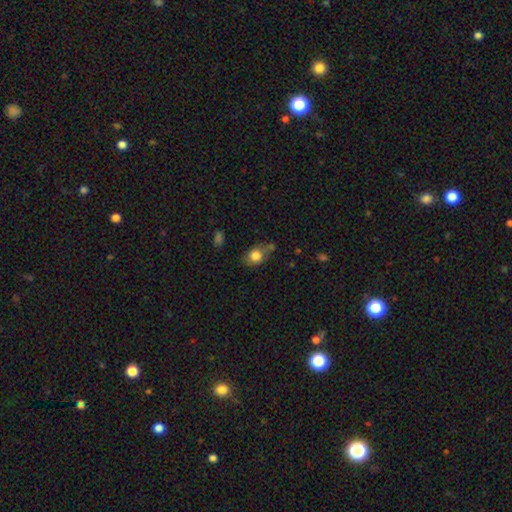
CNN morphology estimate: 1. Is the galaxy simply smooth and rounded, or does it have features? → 80% smooth, 12% featured or disk, 9% star or artifact.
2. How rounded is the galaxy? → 55% in between, 43% round, 2% cigar-shaped.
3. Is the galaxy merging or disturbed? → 56% none, 26% minor disturbance, 10% merger, 8% major disturbance.